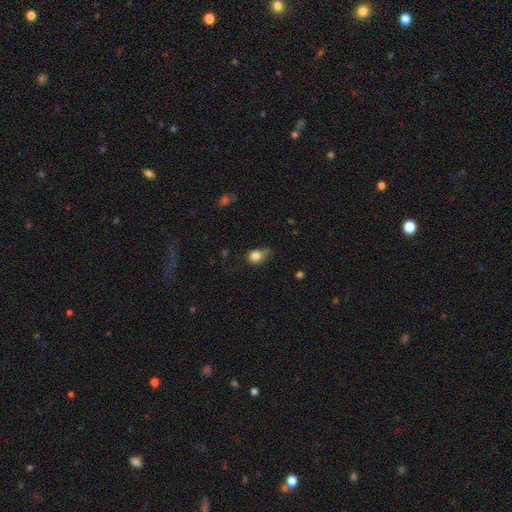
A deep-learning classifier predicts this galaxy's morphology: A smooth galaxy with no disk features (81%) that is round (59%). Merging: minor disturbance (41%).